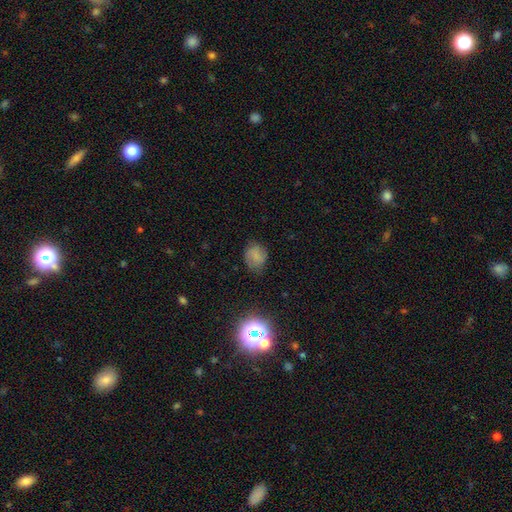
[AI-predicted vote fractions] This appears to be a smooth galaxy with no disk features (71%) that is round (57%). Merging: none (71%).